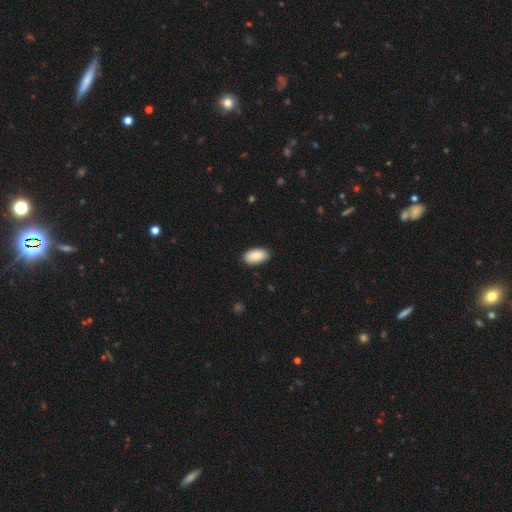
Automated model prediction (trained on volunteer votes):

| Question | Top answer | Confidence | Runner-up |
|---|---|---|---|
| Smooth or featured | smooth | 88% | featured or disk (6%) |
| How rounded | in between | 95% | round (3%) |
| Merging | none | 89% | minor disturbance (9%) |